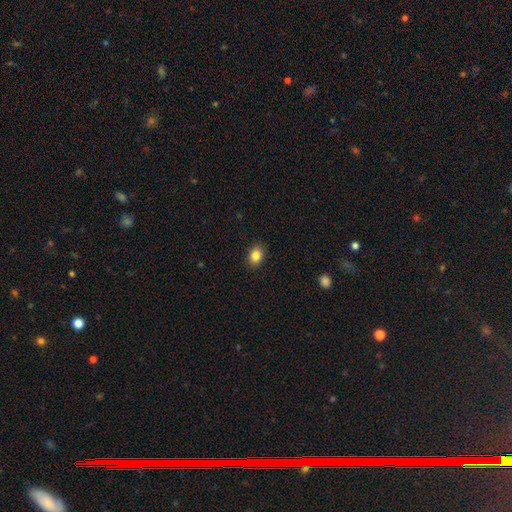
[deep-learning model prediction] smooth_or_featured: smooth (p=0.86) [alt: star or artifact p=0.09]
how_rounded: in between (p=0.61) [alt: round p=0.38]
merging: none (p=0.89) [alt: minor disturbance p=0.08]